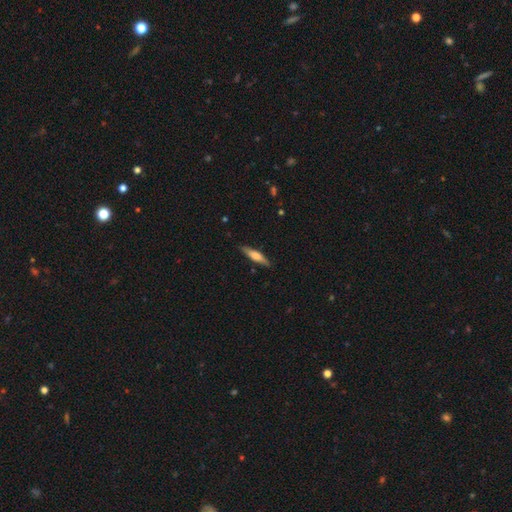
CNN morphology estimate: smooth-or-featured: smooth: 49% | featured or disk: 45% | star or artifact: 6%
  merging: none: 88% | minor disturbance: 9% | major disturbance: 2% | merger: 1%